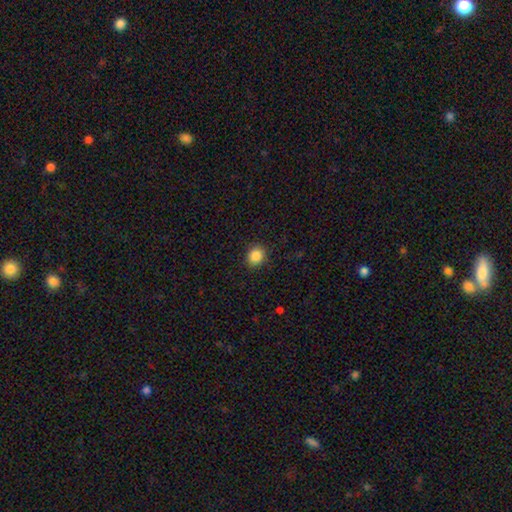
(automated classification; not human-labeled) Morphology: type=smooth (86%); roundness=round (76%); merging=none (89%).